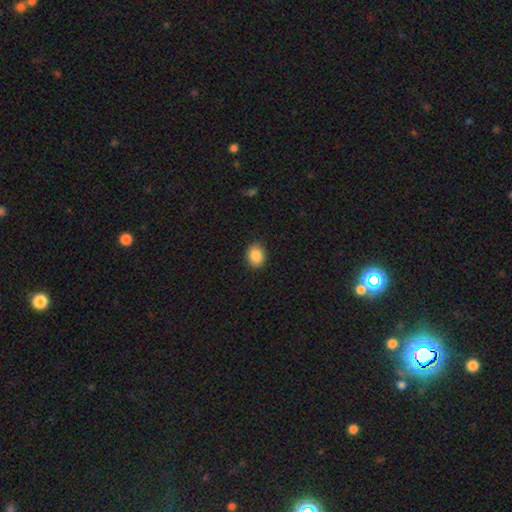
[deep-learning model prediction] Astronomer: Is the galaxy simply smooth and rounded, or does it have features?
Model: smooth — 87%.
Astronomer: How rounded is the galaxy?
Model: round — 53% (runner-up: in between, 46%).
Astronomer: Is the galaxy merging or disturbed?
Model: none — 88%.